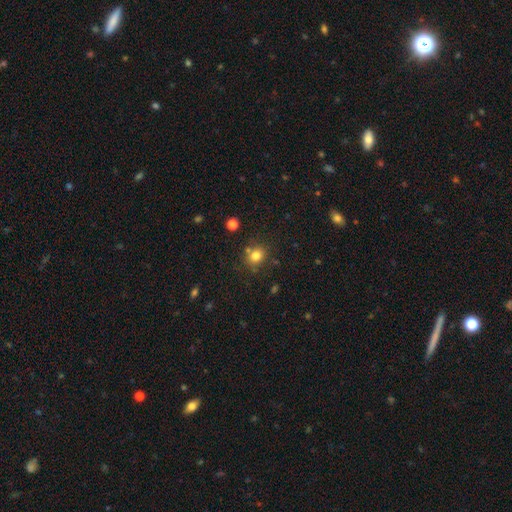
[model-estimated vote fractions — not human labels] Overall: smooth (79%). How rounded: round (70%). Merging: none (73%).